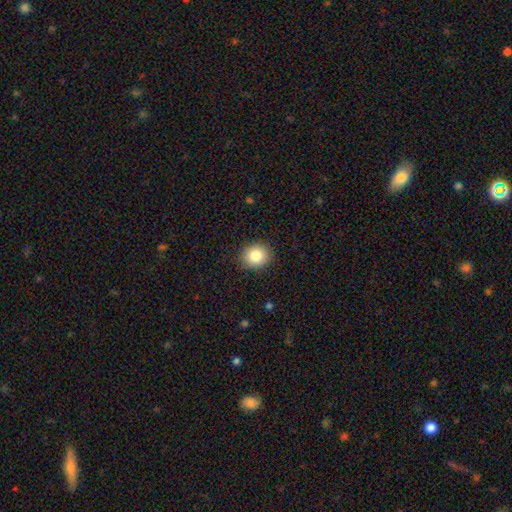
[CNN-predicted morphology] smooth 83%, star or artifact 10%, featured or disk 8%. Down the decision tree: how rounded — round (81%); merging — none (90%).